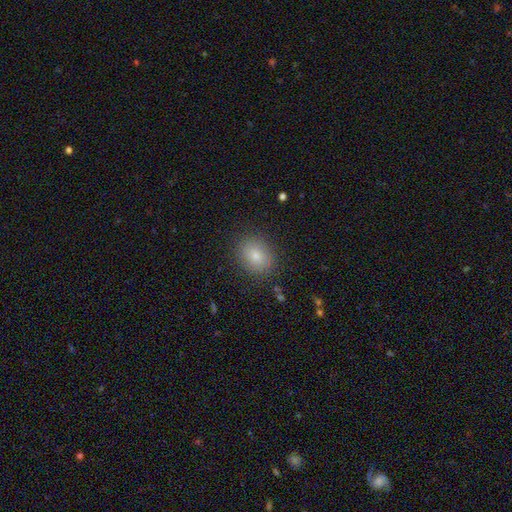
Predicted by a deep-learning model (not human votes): Morphology: type=smooth (81%); roundness=in between (50%); merging=none (86%).